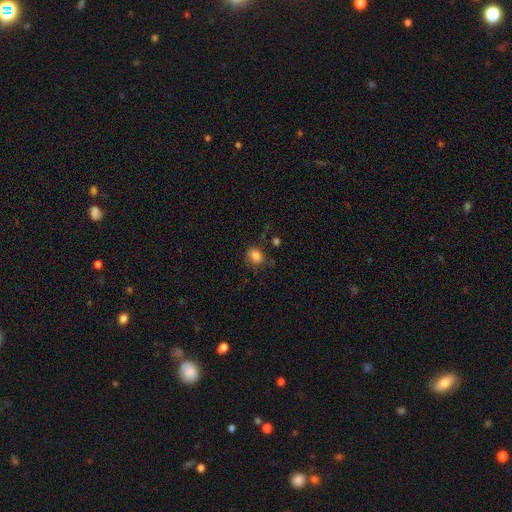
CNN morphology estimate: A smooth galaxy with no disk features (84%) that is round (56%). Merging: none (75%).